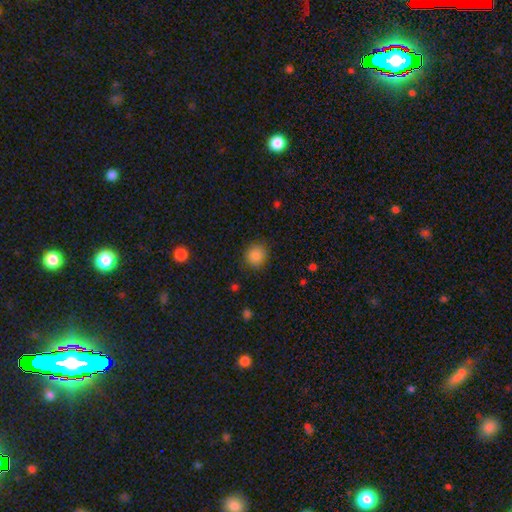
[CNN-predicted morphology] A smooth galaxy with no disk features (87%) that is round (87%).

Vote fractions:
- Smooth or featured? smooth: 87% / star or artifact: 10% / featured or disk: 4%
- How rounded? round: 87% / in between: 12% / cigar-shaped: 1%
- Merging? none: 88% / minor disturbance: 9% / major disturbance: 3% / merger: 1%